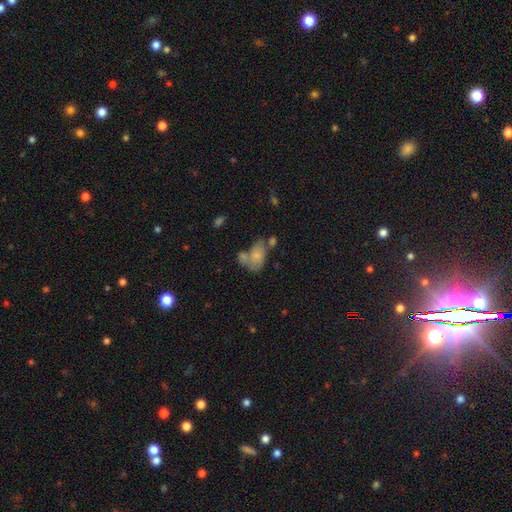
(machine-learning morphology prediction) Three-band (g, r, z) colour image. It shows a smooth galaxy with no disk features (69%) that is in between round and cigar-shaped (85%). Merging: merger (42%).